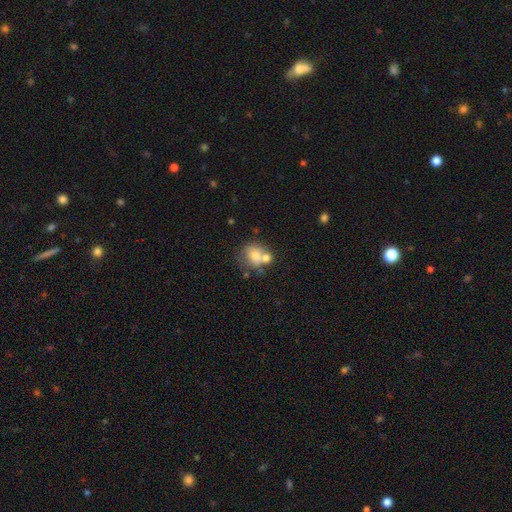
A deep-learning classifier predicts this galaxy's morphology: Smooth or featured? smooth (69%)
How rounded? round (72%)
Merging? none (42%)